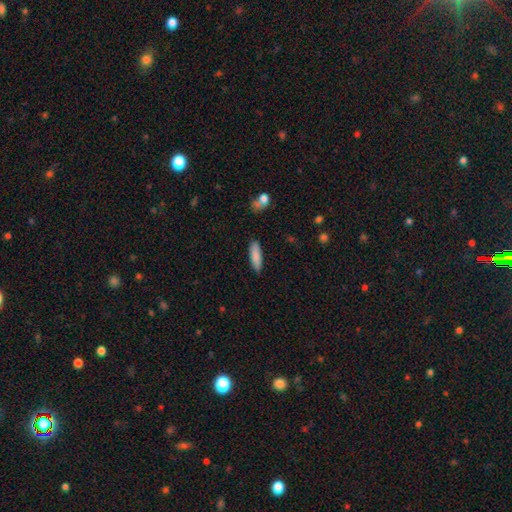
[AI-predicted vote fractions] A smooth galaxy with no disk features (86%) that is cigar-shaped (61%). Merging: none (87%).